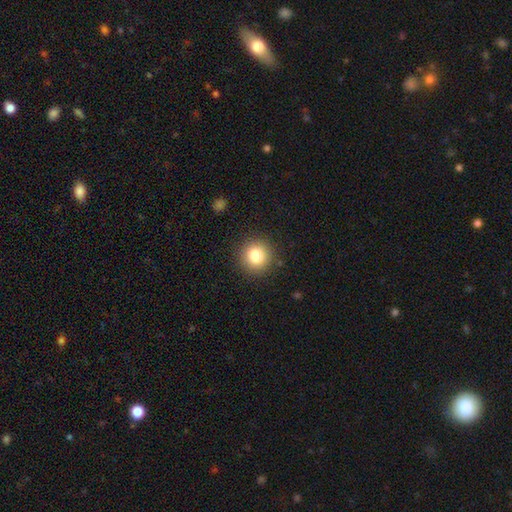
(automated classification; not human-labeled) This appears to be a smooth galaxy with no disk features (84%) that is round (93%). Merging: none (89%).